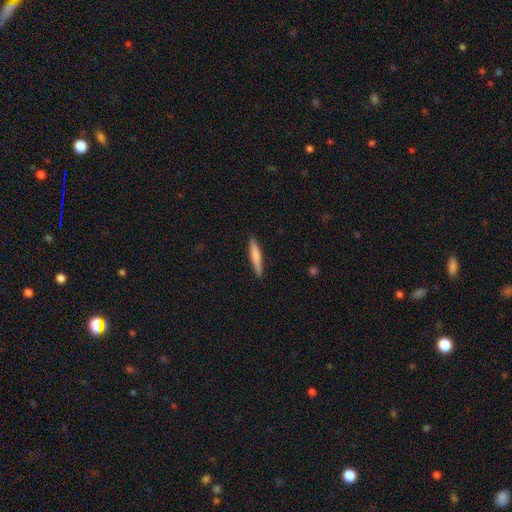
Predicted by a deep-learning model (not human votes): Smooth or featured? smooth (68%)
How rounded? cigar-shaped (93%)
Merging? none (90%)